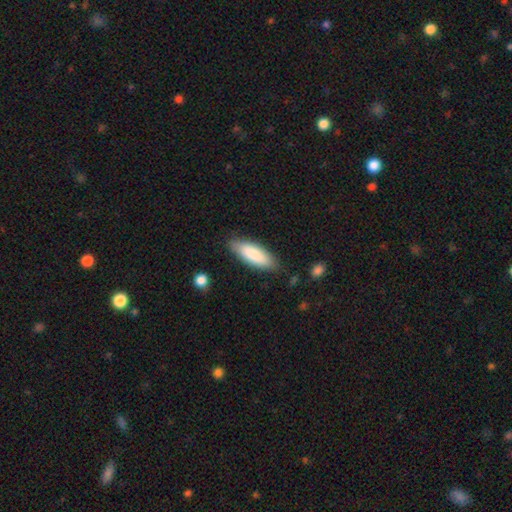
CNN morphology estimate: smooth-or-featured: smooth: 83% | featured or disk: 11% | star or artifact: 5%
  how-rounded: in between: 62% | cigar-shaped: 37% | round: 2%
  merging: none: 83% | minor disturbance: 12% | major disturbance: 2% | merger: 2%